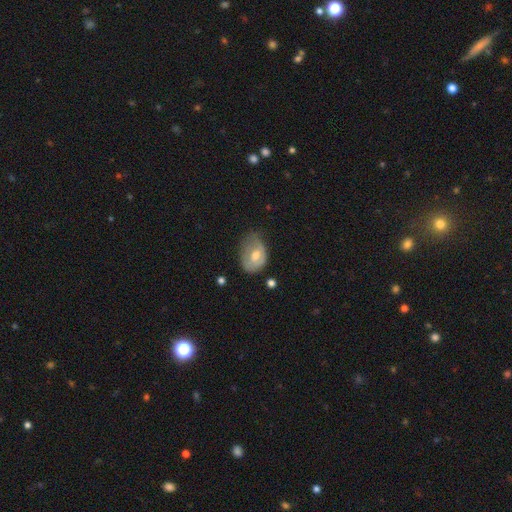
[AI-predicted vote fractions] A smooth galaxy with no disk features (53%) that is in between round and cigar-shaped (75%).

Vote fractions:
- Smooth or featured? smooth: 53% / featured or disk: 40% / star or artifact: 7%
- How rounded? in between: 75% / round: 24% / cigar-shaped: 1%
- Merging? minor disturbance: 43% / none: 36% / major disturbance: 18% / merger: 2%